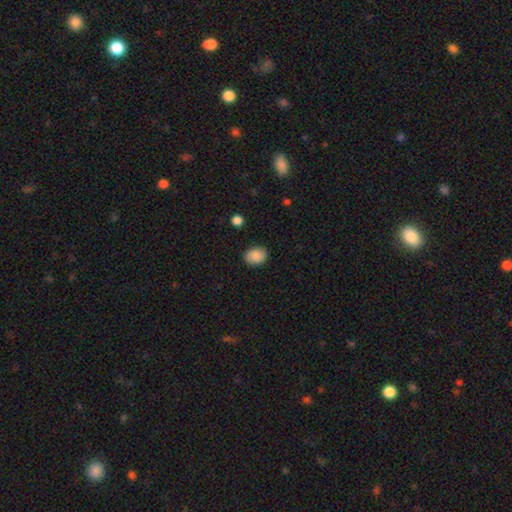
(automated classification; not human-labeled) Overall: smooth (88%). How rounded: in between (58%; round 41%). Merging: none (88%).